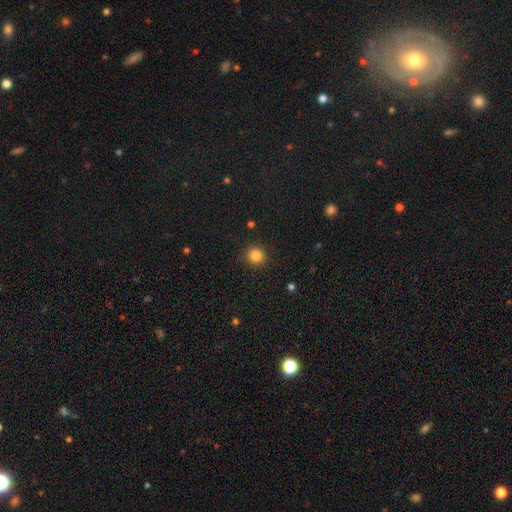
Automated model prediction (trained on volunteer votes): This appears to be a smooth galaxy with no disk features (84%) that is round (93%). Merging: none (91%).